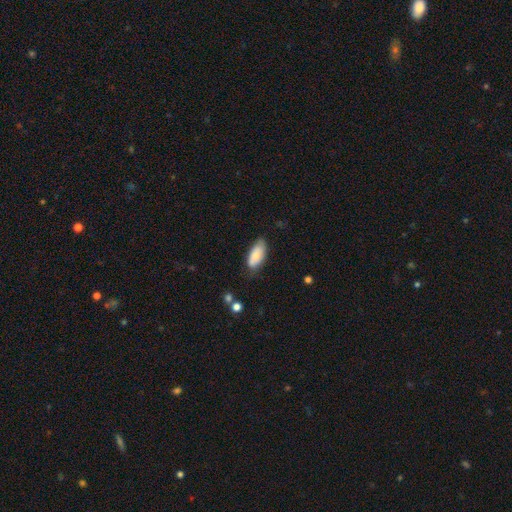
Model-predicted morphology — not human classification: The model was most divided on "merging": none: 70%, minor disturbance: 24%, major disturbance: 4%, merger: 2%. More confident: how rounded — in between (89%); smooth or featured — smooth (73%).